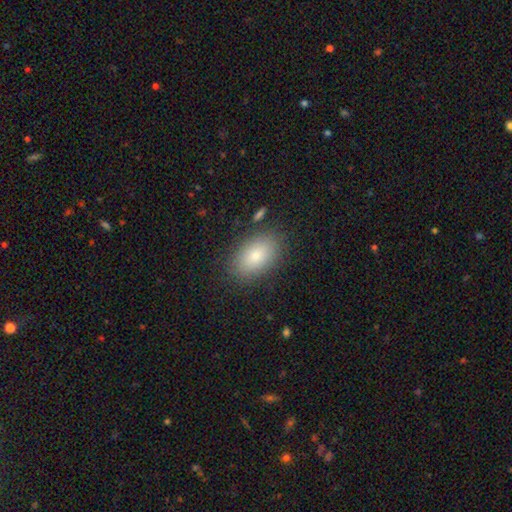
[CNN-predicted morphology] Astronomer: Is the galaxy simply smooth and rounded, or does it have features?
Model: smooth — 81%.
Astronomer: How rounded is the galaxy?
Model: in between — 90%.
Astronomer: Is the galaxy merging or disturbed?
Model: none — 84%.